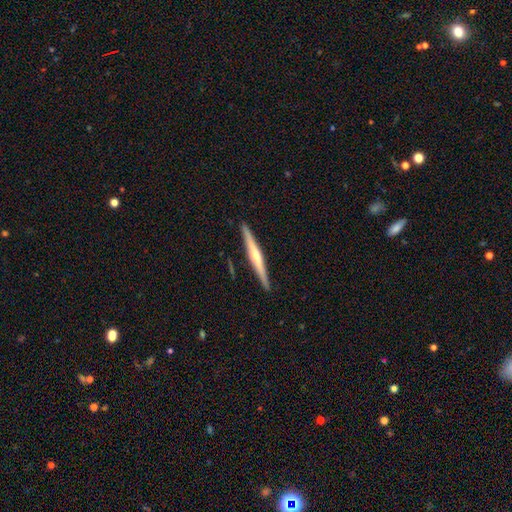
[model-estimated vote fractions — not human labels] The model was most divided on "smooth or featured": featured or disk: 72%, smooth: 23%, star or artifact: 5%. More confident: edge-on disk — yes (98%); merging — none (91%); edge-on bulge — rounded (77%).